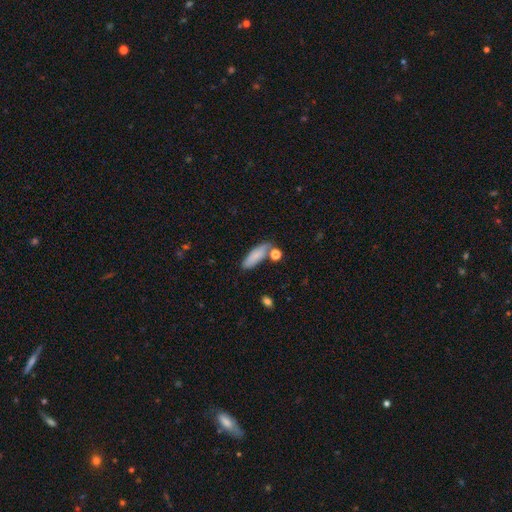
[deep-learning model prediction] A smooth galaxy with no disk features (81%) that is in between round and cigar-shaped (57%). Merging: none (63%).